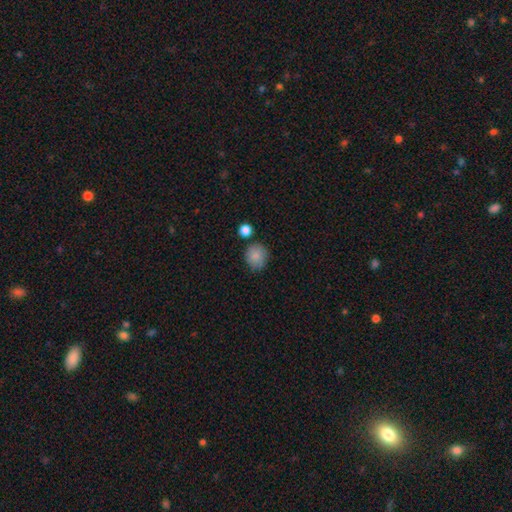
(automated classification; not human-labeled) The model was most divided on "merging": none: 75%, minor disturbance: 15%, merger: 7%, major disturbance: 4%. More confident: smooth or featured — smooth (86%); how rounded — round (82%).